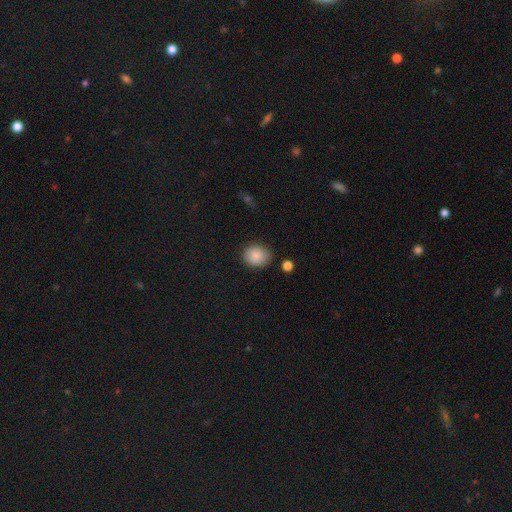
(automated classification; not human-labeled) Smooth or featured?
  - smooth: 86% *
  - star or artifact: 8%
  - featured or disk: 6%
How rounded?
  - round: 65% *
  - in between: 34%
  - cigar-shaped: 1%
Merging?
  - none: 81% *
  - minor disturbance: 14%
  - major disturbance: 3%
  - merger: 2%